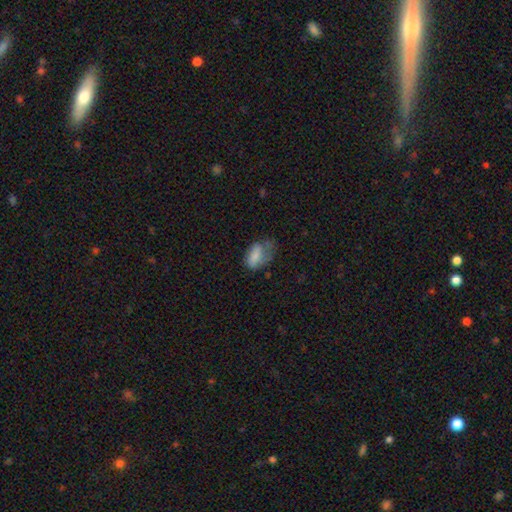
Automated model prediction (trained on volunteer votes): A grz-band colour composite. It shows a smooth galaxy with no disk features (75%) that is in between round and cigar-shaped (89%). Merging: minor disturbance (34%).